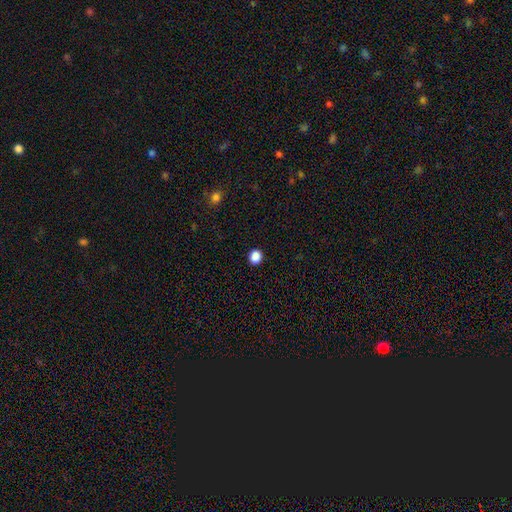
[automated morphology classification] The model was most divided on "how rounded": round: 76%, in between: 23%, cigar-shaped: 1%. More confident: merging — none (92%); smooth or featured — smooth (87%).